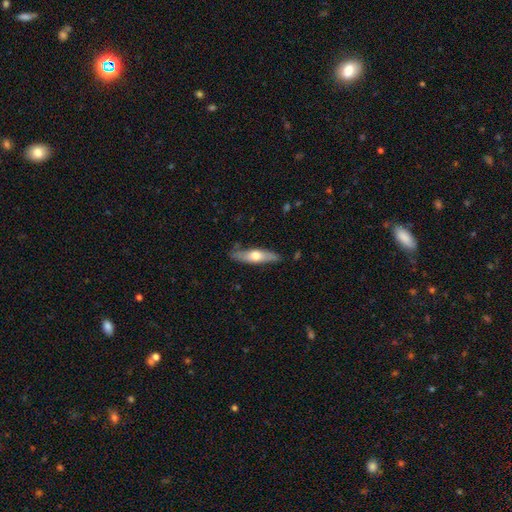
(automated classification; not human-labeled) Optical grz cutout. It shows a smooth galaxy with no disk features (49%). Merging: none (78%).